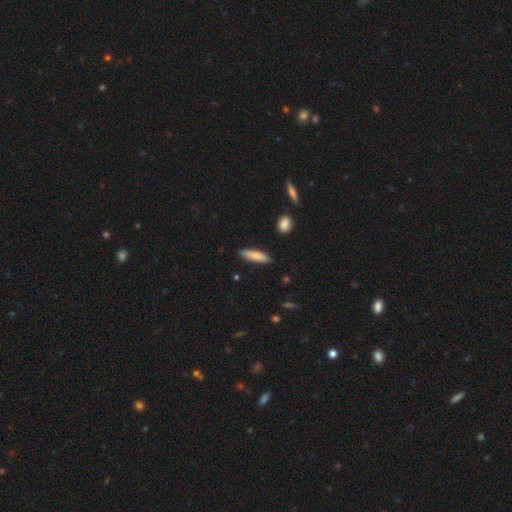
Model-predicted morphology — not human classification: The model was most divided on "how rounded": cigar-shaped: 76%, in between: 22%, round: 2%. More confident: merging — none (86%); smooth or featured — smooth (81%).